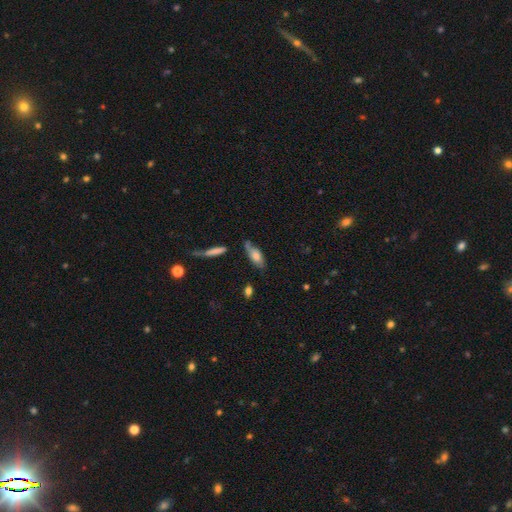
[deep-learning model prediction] Smooth or featured?
  - smooth: 65% *
  - featured or disk: 28%
  - star or artifact: 7%
How rounded?
  - in between: 74% *
  - cigar-shaped: 23%
  - round: 3%
Merging?
  - none: 52% *
  - minor disturbance: 29%
  - major disturbance: 11%
  - merger: 8%